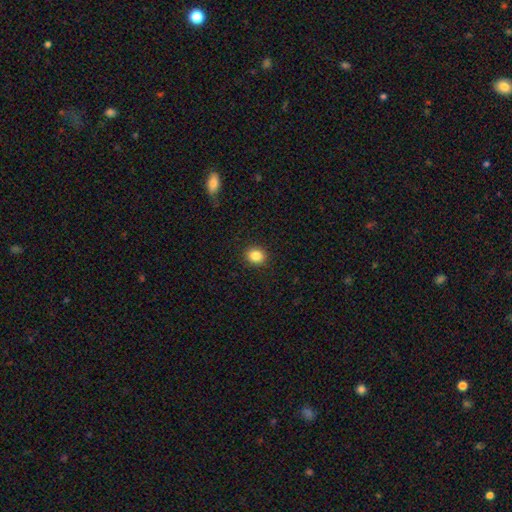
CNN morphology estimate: Smooth or featured: smooth — 85% (star or artifact — 10%)
How rounded: round — 68% (in between — 31%)
Merging: none — 91% (minor disturbance — 6%)